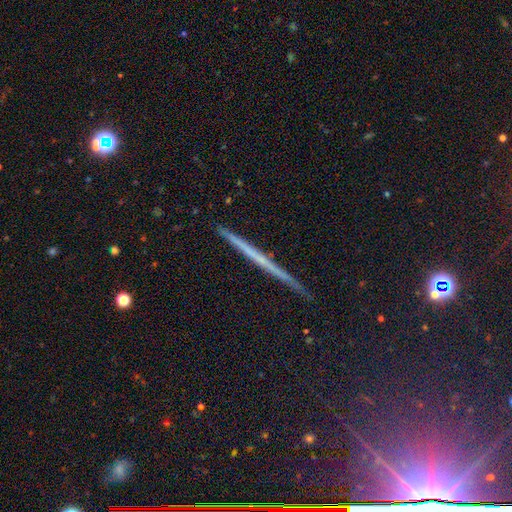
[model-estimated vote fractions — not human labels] Smooth or featured? featured or disk (57%)
Edge-on disk? yes (97%)
Edge-on bulge? none (85%)
Merging? none (91%)